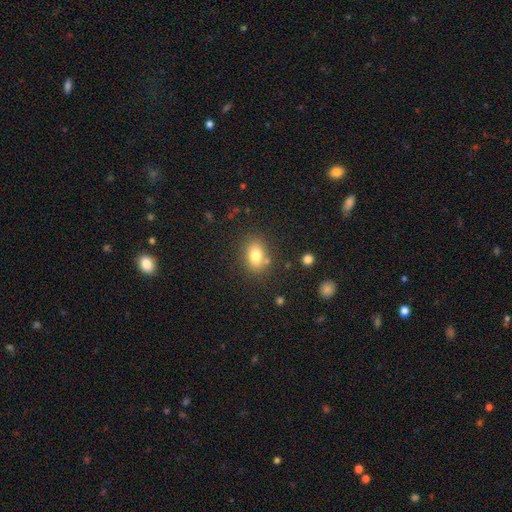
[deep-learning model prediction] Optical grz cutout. It shows a smooth galaxy with no disk features (79%) that is in between round and cigar-shaped (74%). Merging: none (76%).